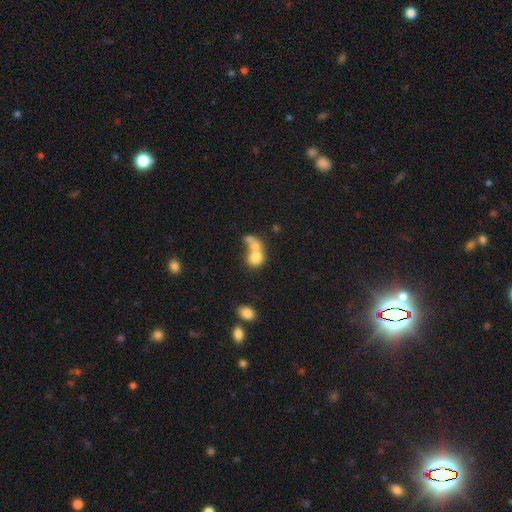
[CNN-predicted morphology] A smooth galaxy with no disk features (71%) that is round (59%). Merging: merger (68%).